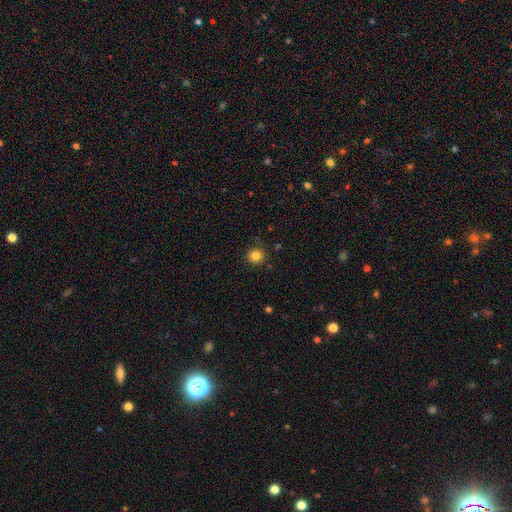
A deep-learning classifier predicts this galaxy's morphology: Smooth or featured?
  - smooth: 83% *
  - star or artifact: 12%
  - featured or disk: 5%
How rounded?
  - round: 92% *
  - in between: 7%
  - cigar-shaped: 1%
Merging?
  - none: 88% *
  - minor disturbance: 8%
  - major disturbance: 2%
  - merger: 2%